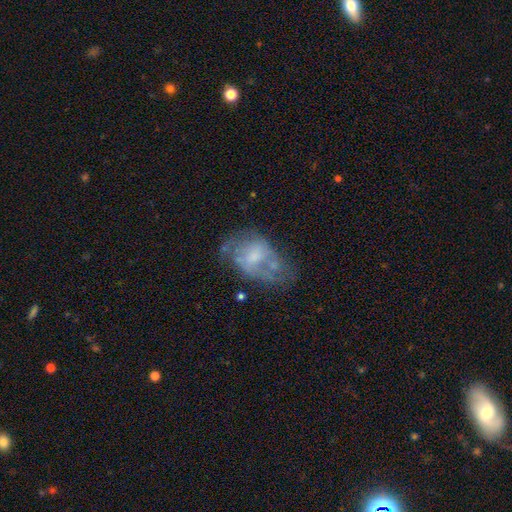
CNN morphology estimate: smooth-or-featured: featured or disk: 56% | smooth: 31% | star or artifact: 13%
  disk-edge-on: no: 96% | yes: 4%
    bar: no: 59% | weak: 34% | strong: 7%
    has-spiral-arms: no: 51% | yes: 49%
    bulge-size: small: 42% | moderate: 33% | none: 19% | large: 4% | dominant: 1%
  merging: none: 46% | minor disturbance: 25% | major disturbance: 21% | merger: 8%